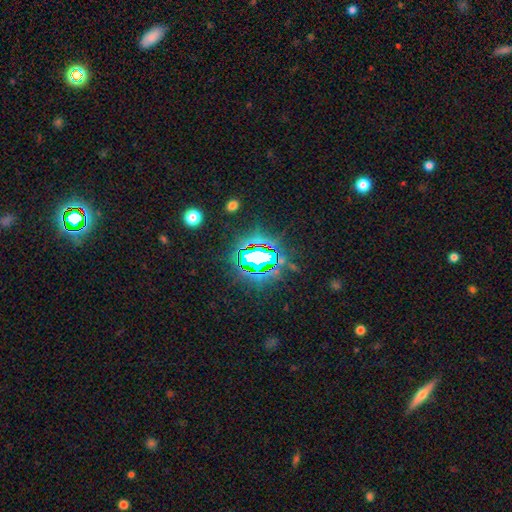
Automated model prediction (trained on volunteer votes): Smooth or featured?
  - star or artifact: 74% *
  - smooth: 15%
  - featured or disk: 11%